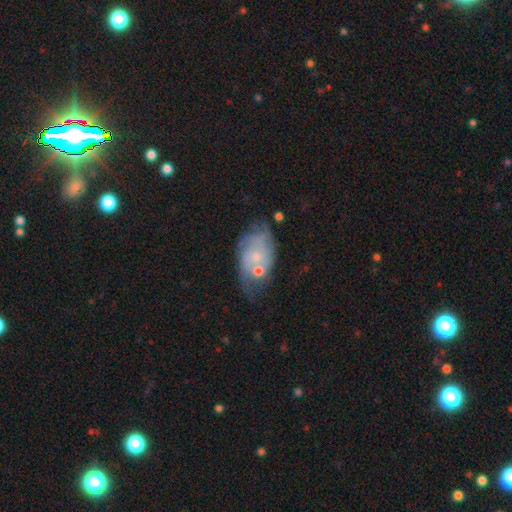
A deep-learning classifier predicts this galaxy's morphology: featured or disk 54%, smooth 38%, star or artifact 8%. Down the decision tree: edge-on disk — no (95%); bar — no (84%); spiral arms — no (50%, tied with yes); bulge size — small (64%); merging — none (34%).